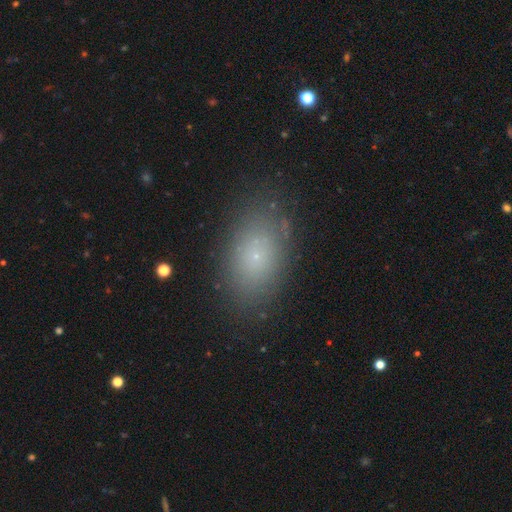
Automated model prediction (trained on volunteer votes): This is likely a smooth galaxy (68%). How rounded: clearly in between (87%). Merging: clearly none (83%).